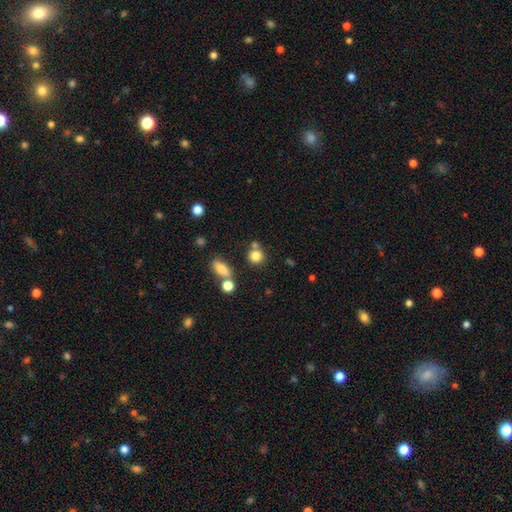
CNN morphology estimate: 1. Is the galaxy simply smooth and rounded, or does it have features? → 80% smooth, 12% star or artifact, 8% featured or disk.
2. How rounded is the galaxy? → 86% round, 13% in between, 1% cigar-shaped.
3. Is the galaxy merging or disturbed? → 64% none, 22% merger, 10% minor disturbance, 4% major disturbance.